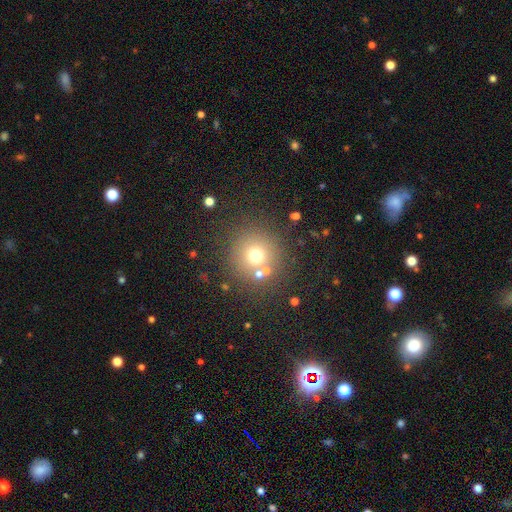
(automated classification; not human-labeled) Morphology: type=smooth (67%); roundness=round (93%); merging=none (76%).